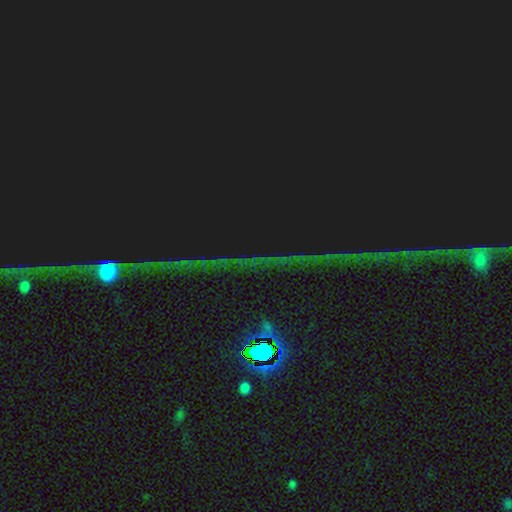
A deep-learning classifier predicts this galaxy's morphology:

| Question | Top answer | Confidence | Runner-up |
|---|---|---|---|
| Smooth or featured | star or artifact | 84% | featured or disk (8%) |